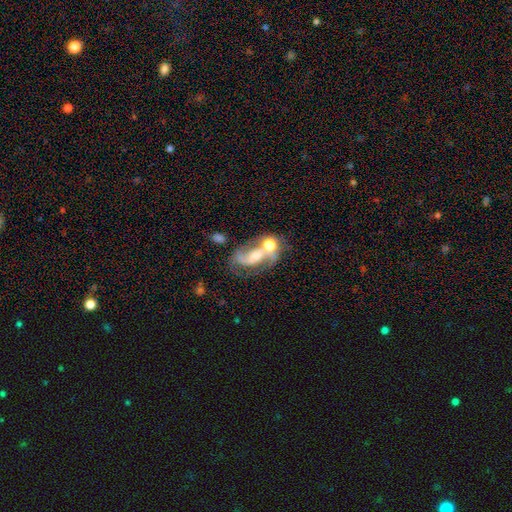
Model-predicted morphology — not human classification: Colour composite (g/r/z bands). It shows a featured or disk galaxy (71%) with no bar (49%), 2 (73%) medium (44%) spiral arms (87%) and a moderate central bulge (46%). Merging: merger (42%).